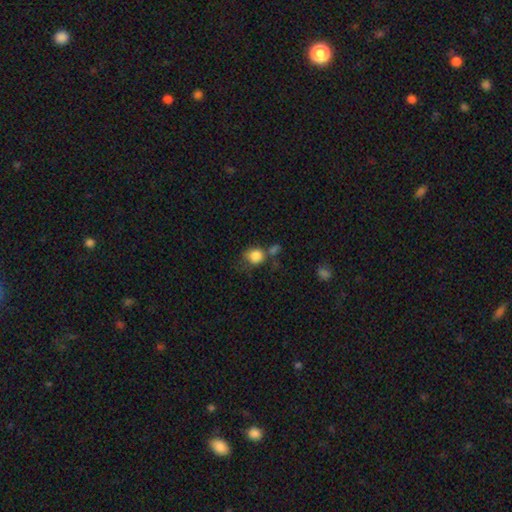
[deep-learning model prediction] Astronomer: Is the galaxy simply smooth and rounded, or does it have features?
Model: smooth — 84%.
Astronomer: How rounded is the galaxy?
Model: round — 77%.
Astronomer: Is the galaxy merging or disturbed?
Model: none — 45% (runner-up: merger, 24%).